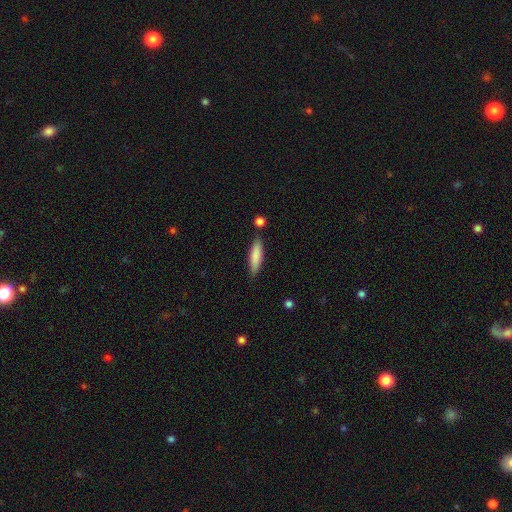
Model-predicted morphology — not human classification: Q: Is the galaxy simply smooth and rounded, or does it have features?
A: smooth — 83%.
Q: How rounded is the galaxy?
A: cigar-shaped — 68%.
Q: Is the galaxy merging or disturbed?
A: none — 80%.